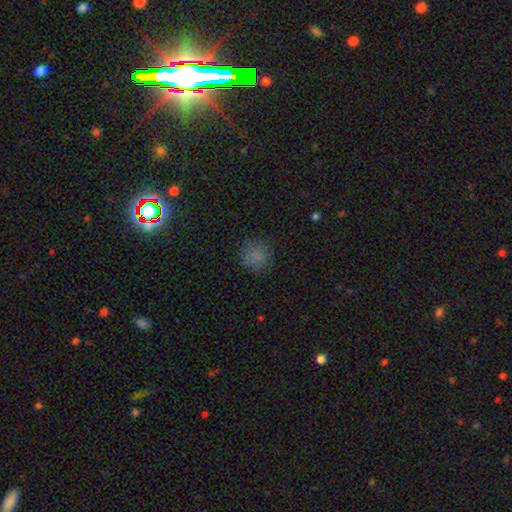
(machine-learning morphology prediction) smooth_or_featured: smooth (p=0.81) [alt: star or artifact p=0.14]
how_rounded: round (p=0.92) [alt: in between p=0.07]
merging: none (p=0.84) [alt: minor disturbance p=0.11]